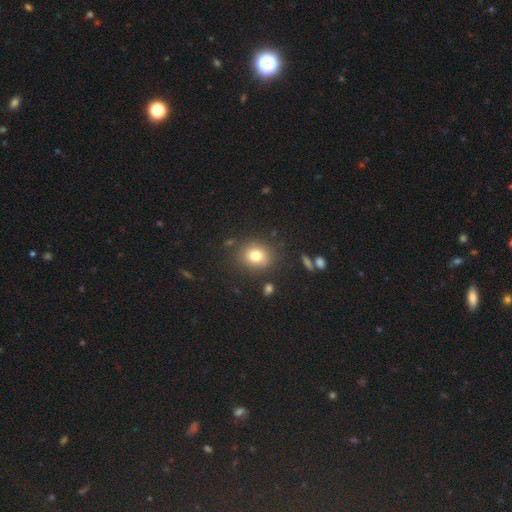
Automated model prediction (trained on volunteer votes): Q: Smooth or featured?
A: smooth (78%); runner-up: star or artifact (12%)
Q: How rounded?
A: round (67%); runner-up: in between (32%)
Q: Merging?
A: none (82%); runner-up: minor disturbance (11%)